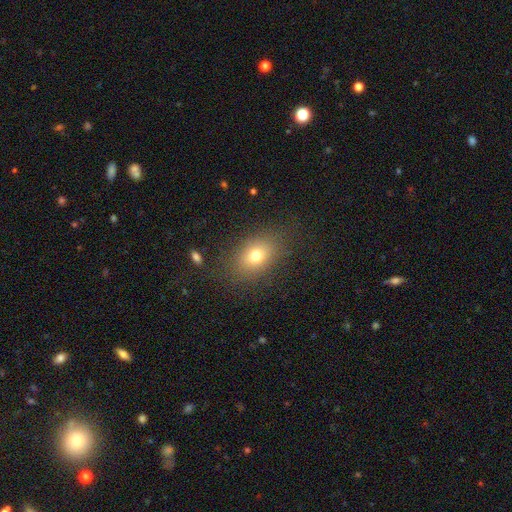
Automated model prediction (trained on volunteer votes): Smooth or featured?
  - smooth: 74% *
  - featured or disk: 14%
  - star or artifact: 12%
How rounded?
  - in between: 75% *
  - round: 23%
  - cigar-shaped: 2%
Merging?
  - none: 80% *
  - minor disturbance: 12%
  - major disturbance: 6%
  - merger: 2%